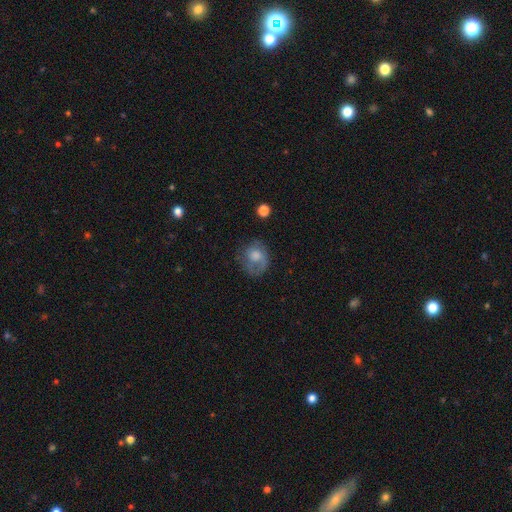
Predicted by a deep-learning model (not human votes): smooth-or-featured: smooth: 55% | featured or disk: 36% | star or artifact: 9%
  how-rounded: round: 63% | in between: 36% | cigar-shaped: 1%
  merging: none: 46% | major disturbance: 26% | minor disturbance: 25% | merger: 2%